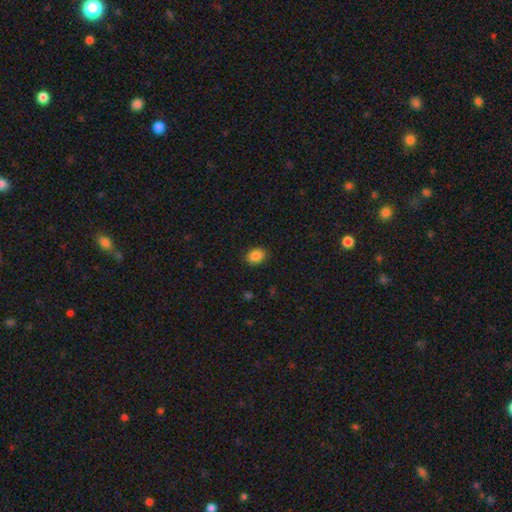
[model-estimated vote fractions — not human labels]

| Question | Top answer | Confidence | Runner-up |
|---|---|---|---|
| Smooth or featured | smooth | 87% | star or artifact (9%) |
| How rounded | in between | 63% | round (36%) |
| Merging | none | 87% | minor disturbance (9%) |